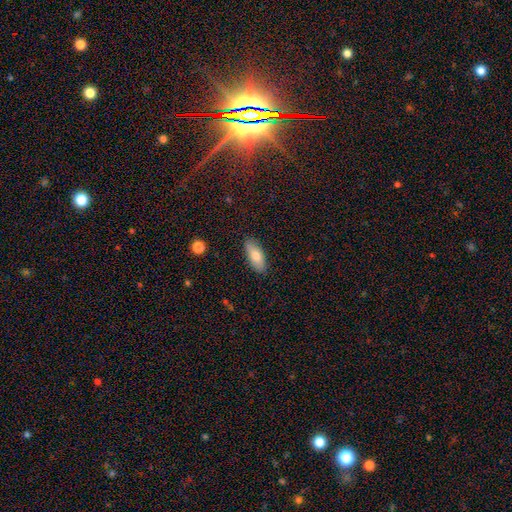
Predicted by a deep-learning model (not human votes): Smooth or featured: smooth — 77% (featured or disk — 16%)
How rounded: in between — 79% (cigar-shaped — 19%)
Merging: none — 87% (minor disturbance — 10%)